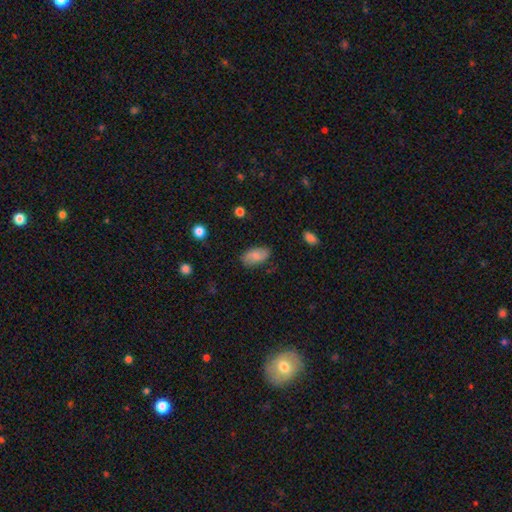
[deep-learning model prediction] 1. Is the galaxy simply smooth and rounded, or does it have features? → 76% smooth, 17% featured or disk, 7% star or artifact.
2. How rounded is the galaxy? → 93% in between, 4% round, 3% cigar-shaped.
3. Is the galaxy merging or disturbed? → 79% none, 16% minor disturbance, 3% major disturbance, 1% merger.